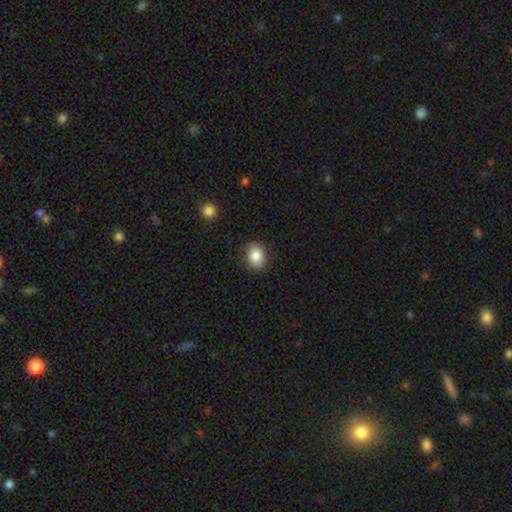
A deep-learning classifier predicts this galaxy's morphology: Smooth or featured? Predicted: smooth (p=0.85). How rounded? Predicted: in between (p=0.55). Merging? Predicted: none (p=0.86).